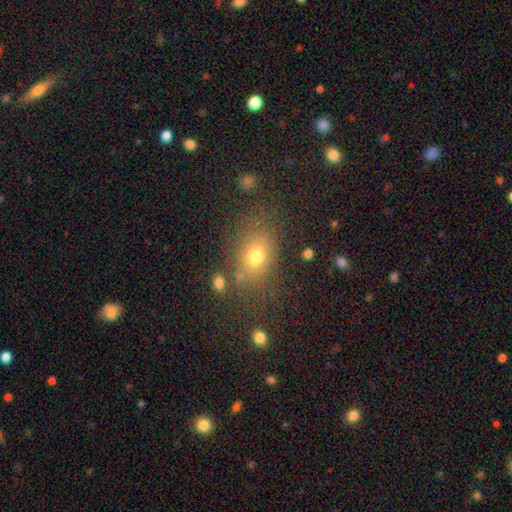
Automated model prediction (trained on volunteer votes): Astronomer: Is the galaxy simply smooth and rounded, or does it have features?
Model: smooth — 72%.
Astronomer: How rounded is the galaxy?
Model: in between — 67%.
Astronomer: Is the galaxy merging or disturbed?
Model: none — 72%.